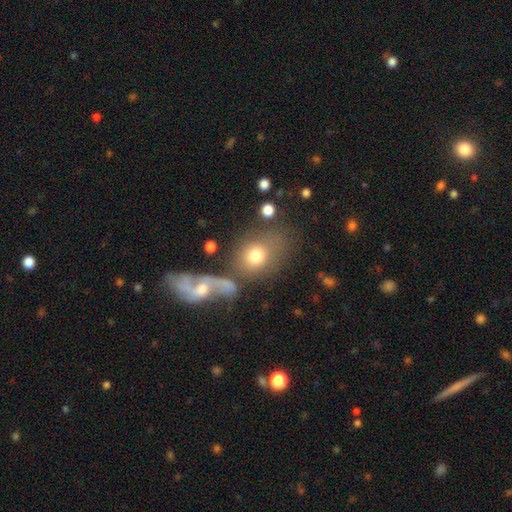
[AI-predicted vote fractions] Smooth or featured? smooth (72%)
How rounded? round (52%)
Merging? none (43%)